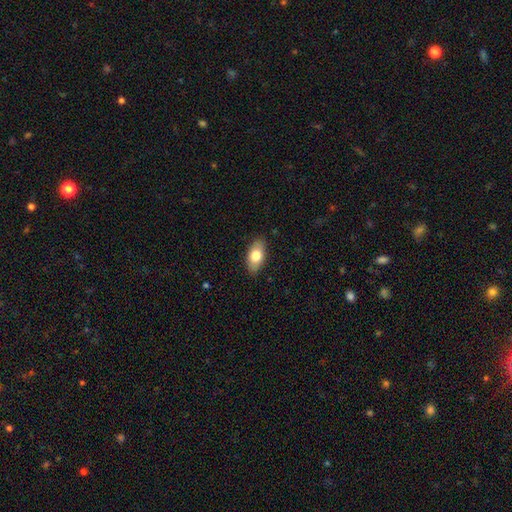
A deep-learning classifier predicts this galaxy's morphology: A smooth galaxy with no disk features (76%) that is in between round and cigar-shaped (91%).

Vote fractions:
- Smooth or featured? smooth: 76% / featured or disk: 17% / star or artifact: 7%
- How rounded? in between: 91% / round: 5% / cigar-shaped: 4%
- Merging? none: 86% / minor disturbance: 11% / major disturbance: 2% / merger: 1%